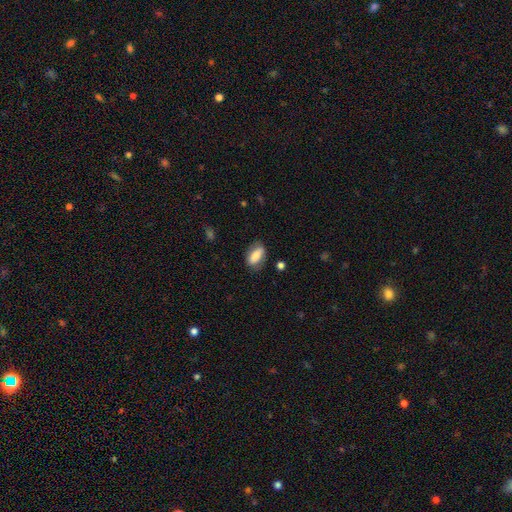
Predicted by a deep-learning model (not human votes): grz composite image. It shows a smooth galaxy with no disk features (74%) that is in between round and cigar-shaped (84%). Merging: none (75%).